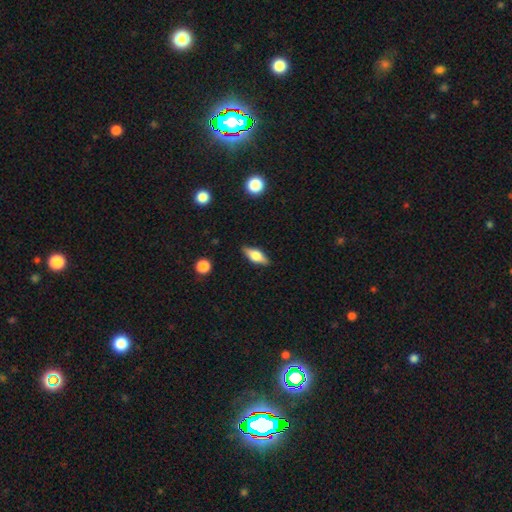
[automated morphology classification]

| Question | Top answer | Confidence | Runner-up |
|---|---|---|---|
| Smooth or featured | featured or disk | 46% | tied: smooth (46%) |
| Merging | none | 85% | minor disturbance (11%) |